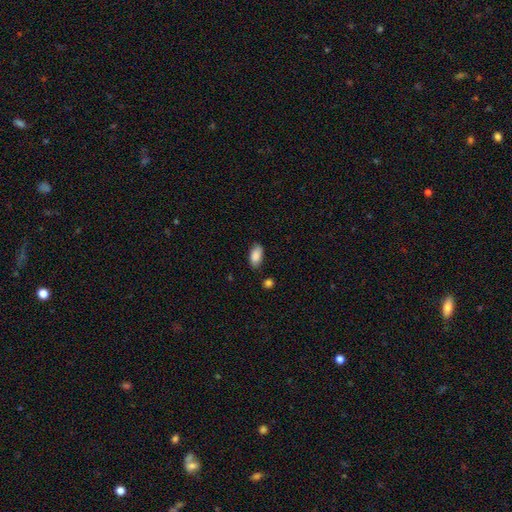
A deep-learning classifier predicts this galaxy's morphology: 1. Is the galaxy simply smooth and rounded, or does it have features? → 88% smooth, 7% star or artifact, 5% featured or disk.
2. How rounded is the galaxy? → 93% in between, 4% round, 3% cigar-shaped.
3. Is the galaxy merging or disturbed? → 78% none, 16% minor disturbance, 3% major disturbance, 3% merger.